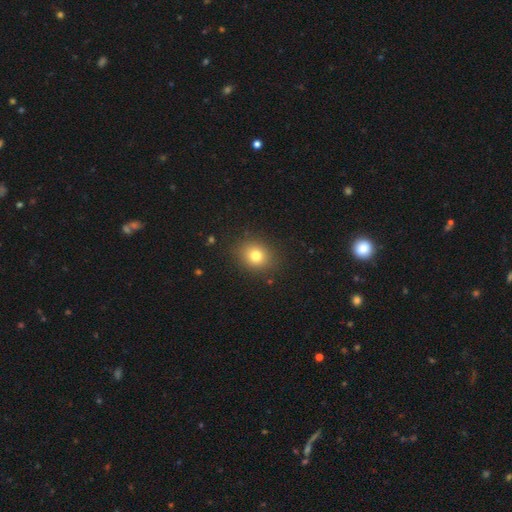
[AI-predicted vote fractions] Q: Smooth or featured?
A: smooth (77%); runner-up: star or artifact (13%)
Q: How rounded?
A: round (66%); runner-up: in between (33%)
Q: Merging?
A: none (87%); runner-up: minor disturbance (8%)